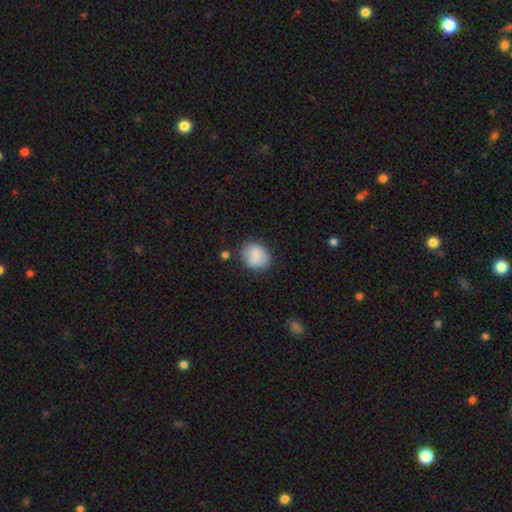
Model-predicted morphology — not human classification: Smooth or featured: smooth — 84% (star or artifact — 8%)
How rounded: round — 60% (in between — 39%)
Merging: none — 76% (minor disturbance — 16%)